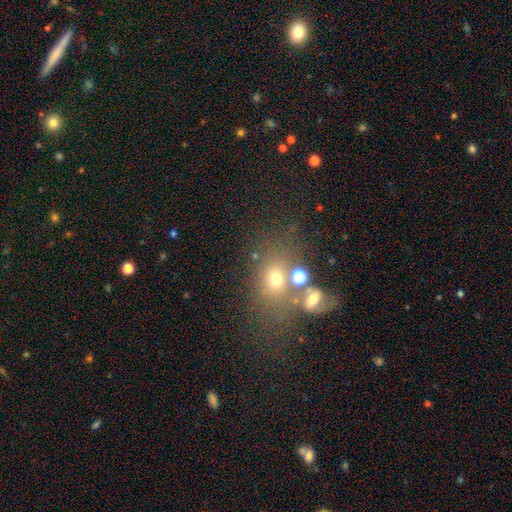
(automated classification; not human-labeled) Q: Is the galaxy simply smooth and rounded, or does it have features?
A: smooth — 57%.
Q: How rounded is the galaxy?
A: in between — 52%.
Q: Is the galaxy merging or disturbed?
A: none — 48%.